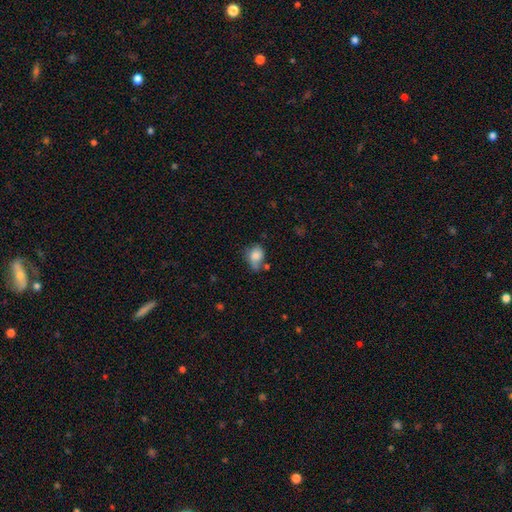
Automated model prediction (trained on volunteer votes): A smooth galaxy with no disk features (76%) that is in between round and cigar-shaped (55%).

Vote fractions:
- Smooth or featured? smooth: 76% / featured or disk: 15% / star or artifact: 10%
- How rounded? in between: 55% / round: 43% / cigar-shaped: 1%
- Merging? none: 38% / minor disturbance: 32% / major disturbance: 15% / merger: 14%